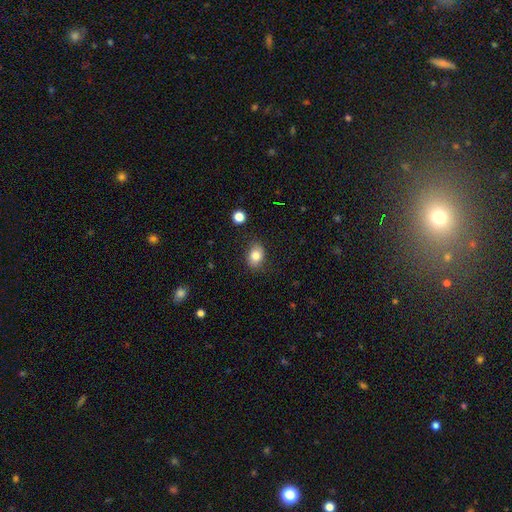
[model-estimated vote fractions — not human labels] A smooth galaxy with no disk features (82%) that is in between round and cigar-shaped (71%).

Vote fractions:
- Smooth or featured? smooth: 82% / star or artifact: 9% / featured or disk: 8%
- How rounded? in between: 71% / round: 28% / cigar-shaped: 1%
- Merging? none: 81% / minor disturbance: 14% / major disturbance: 3% / merger: 2%